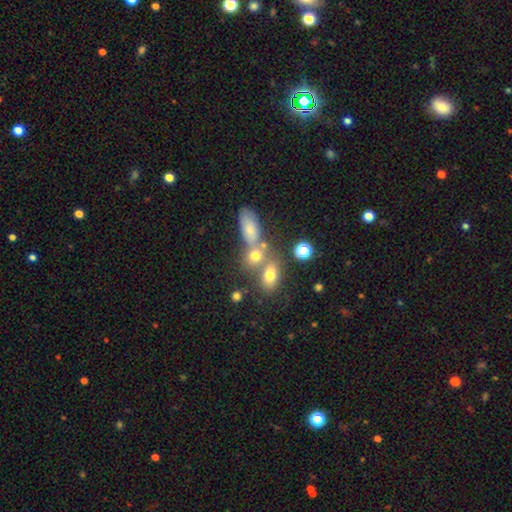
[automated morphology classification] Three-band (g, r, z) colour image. It shows a smooth galaxy with no disk features (63%) that is in between round and cigar-shaped (63%). Merging: merger (45%).